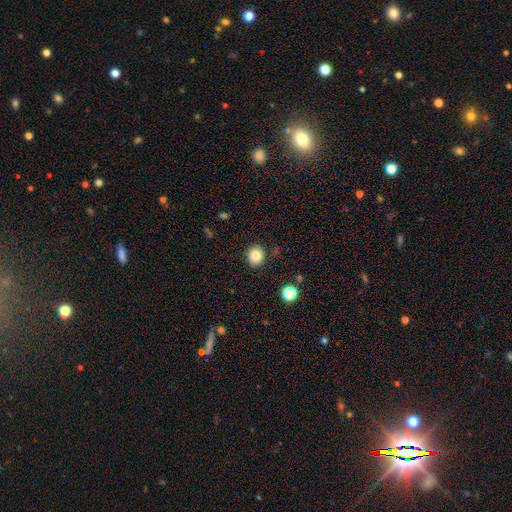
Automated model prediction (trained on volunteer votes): smooth 84%, star or artifact 11%, featured or disk 6%. Down the decision tree: how rounded — round (84%); merging — none (89%).